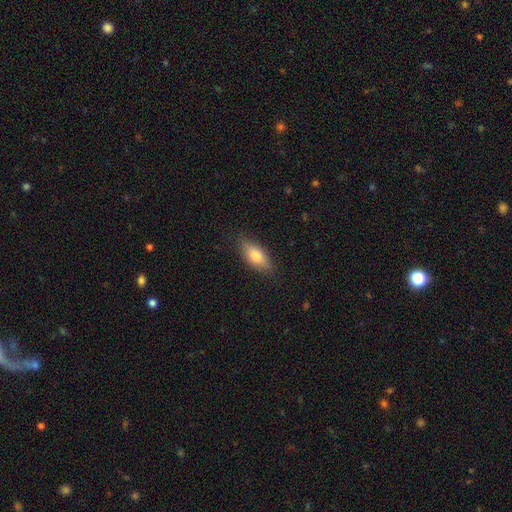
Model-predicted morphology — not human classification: Smooth or featured? Predicted: smooth (p=0.77). How rounded? Predicted: in between (p=0.82). Merging? Predicted: none (p=0.84).